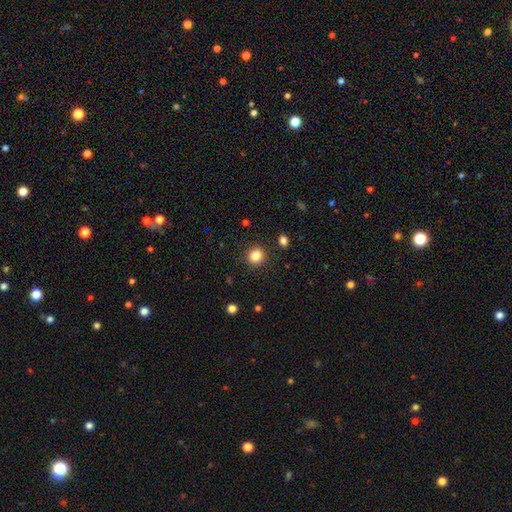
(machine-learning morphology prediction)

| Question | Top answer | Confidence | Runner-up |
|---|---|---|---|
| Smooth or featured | smooth | 83% | star or artifact (12%) |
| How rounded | round | 91% | in between (8%) |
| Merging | none | 91% | minor disturbance (6%) |